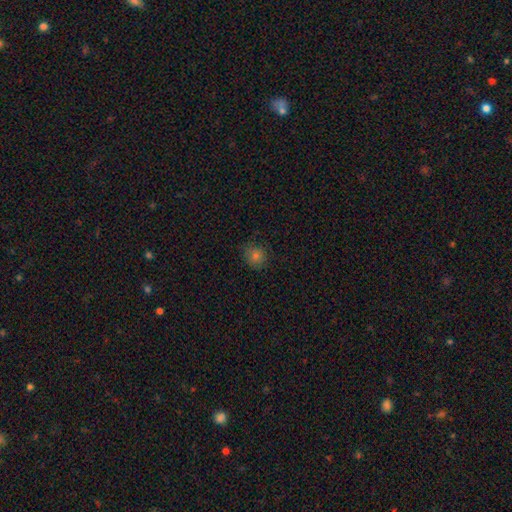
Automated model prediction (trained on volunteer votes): Smooth or featured: smooth — 76% (star or artifact — 17%)
How rounded: round — 82% (in between — 17%)
Merging: none — 82% (minor disturbance — 14%)